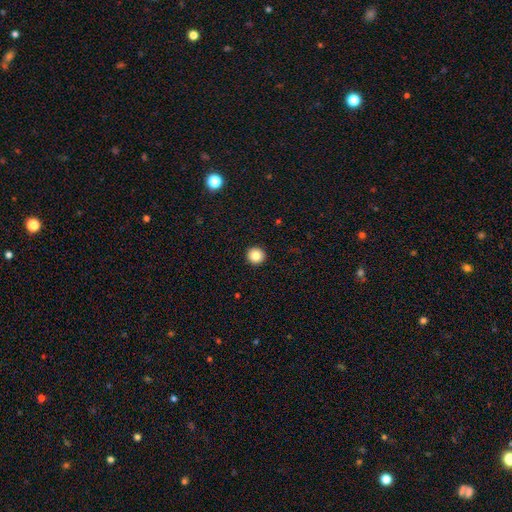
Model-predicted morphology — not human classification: This appears to be a smooth galaxy with no disk features (84%) that is round (95%). Merging: none (94%).